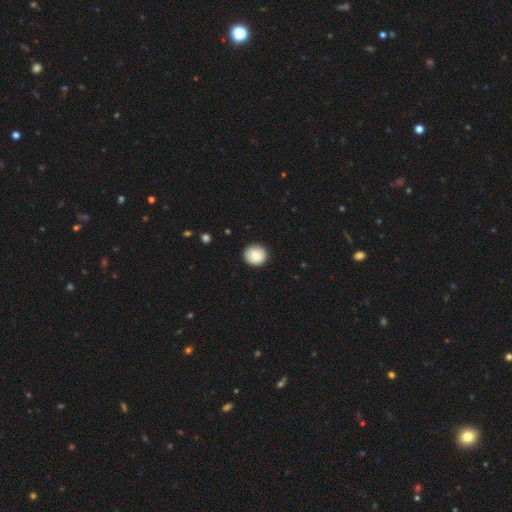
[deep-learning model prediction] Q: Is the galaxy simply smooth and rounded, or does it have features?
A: smooth — 82%.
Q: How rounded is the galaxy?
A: round — 92%.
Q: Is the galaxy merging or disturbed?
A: none — 87%.